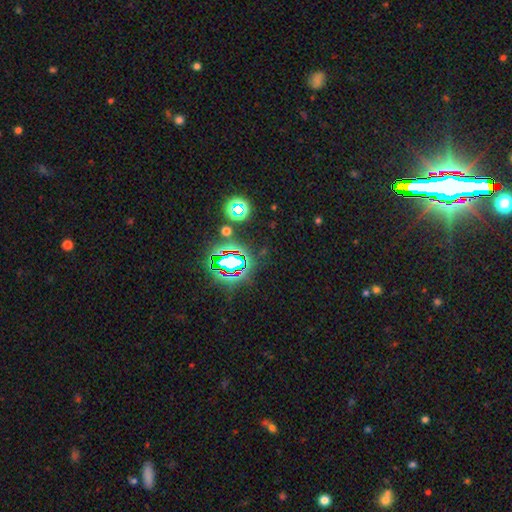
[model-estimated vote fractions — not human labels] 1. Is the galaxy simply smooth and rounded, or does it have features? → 78% star or artifact, 14% smooth, 8% featured or disk.